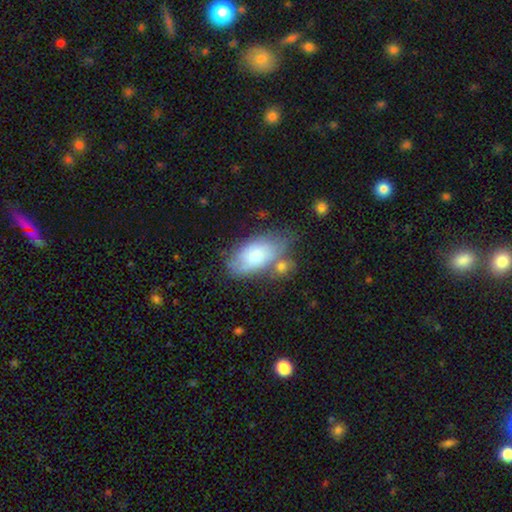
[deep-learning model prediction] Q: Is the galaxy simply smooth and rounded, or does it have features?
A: smooth — 69%.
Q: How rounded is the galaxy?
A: in between — 92%.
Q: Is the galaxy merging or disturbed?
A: none — 45%.